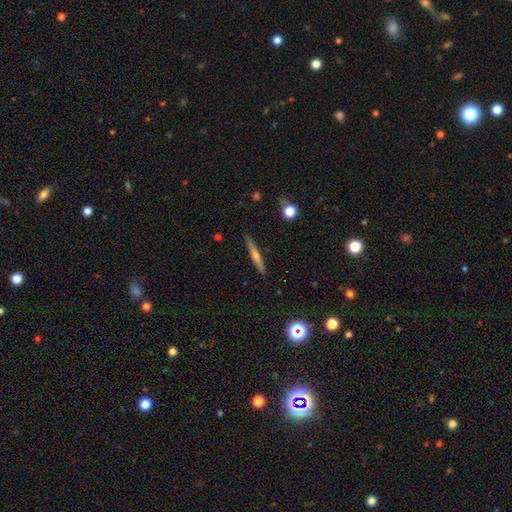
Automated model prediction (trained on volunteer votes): Morphology: type=featured or disk (56%); edge-on=yes (97%); edge-on bulge=rounded (70%); merging=none (90%).